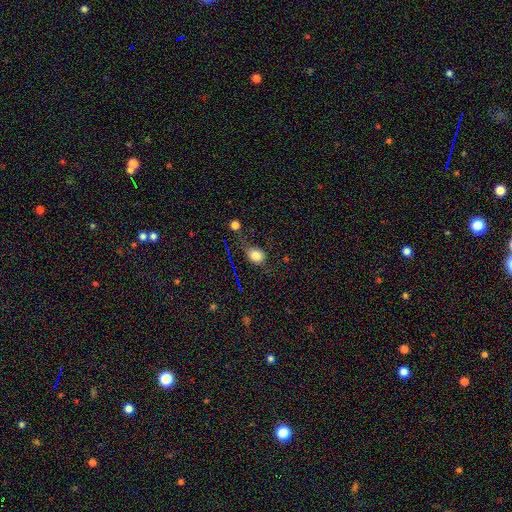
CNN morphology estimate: type=smooth (78%); roundness=round (53%); merging=none (59%).